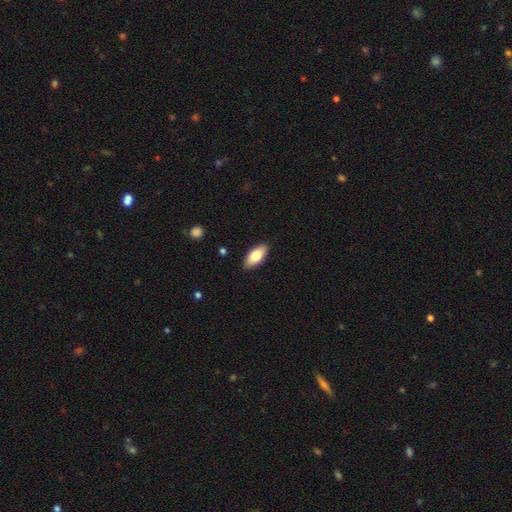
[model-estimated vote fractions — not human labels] A smooth galaxy with no disk features (76%) that is in between round and cigar-shaped (87%). Merging: none (89%).